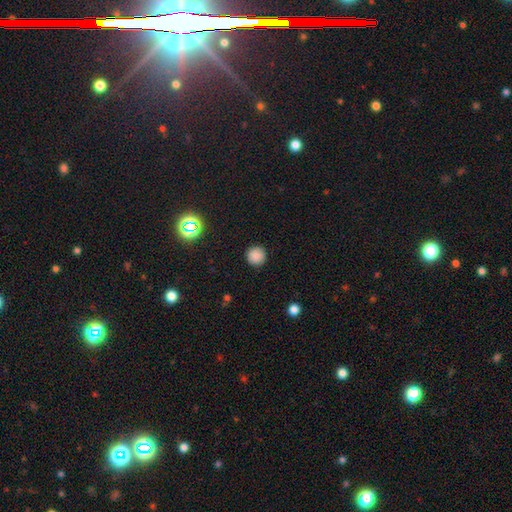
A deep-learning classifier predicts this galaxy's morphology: smooth_or_featured: smooth (p=0.84) [alt: star or artifact p=0.12]
how_rounded: round (p=0.95) [alt: in between p=0.04]
merging: none (p=0.91) [alt: minor disturbance p=0.06]